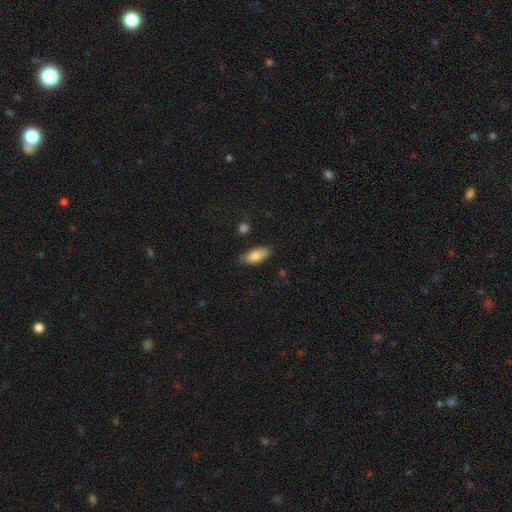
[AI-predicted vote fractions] Overall: smooth (82%). How rounded: in between (85%). Merging: none (78%).